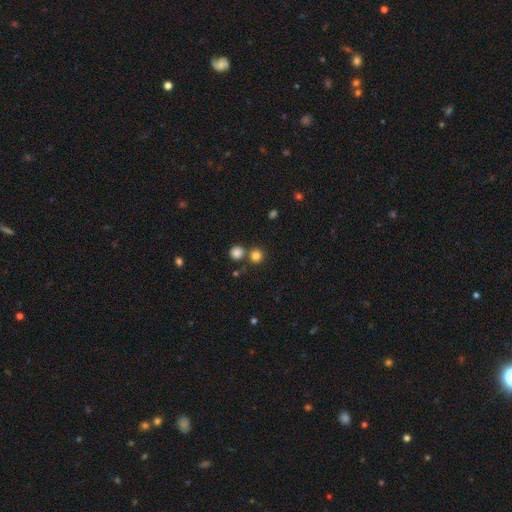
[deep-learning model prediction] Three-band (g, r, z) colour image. It shows a smooth galaxy with no disk features (81%) that is round (92%). Merging: none (69%).